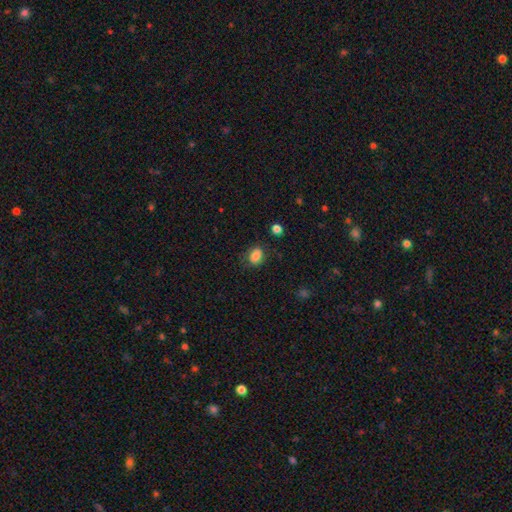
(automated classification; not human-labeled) Smooth or featured: smooth — 84% (star or artifact — 10%)
How rounded: in between — 63% (round — 36%)
Merging: none — 74% (minor disturbance — 19%)